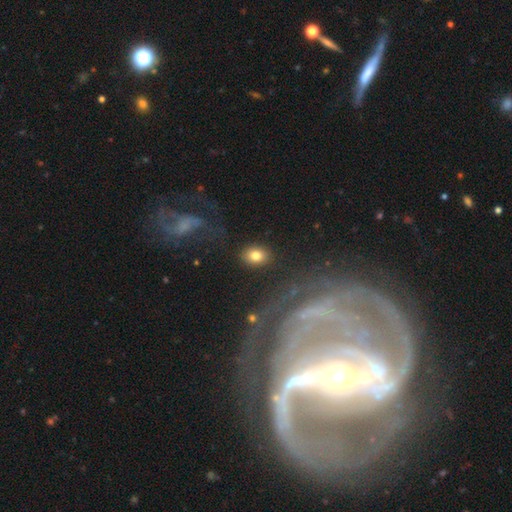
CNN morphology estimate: This is clearly a smooth galaxy (81%). How rounded: likely in between (61%). Merging: clearly none (86%).